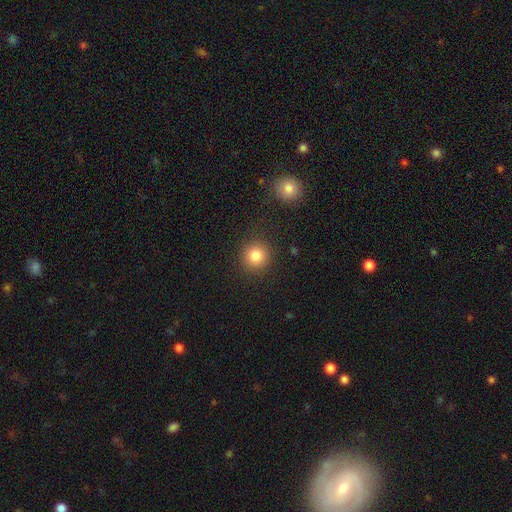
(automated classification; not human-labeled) A smooth galaxy with no disk features (83%) that is round (93%). Merging: none (89%).